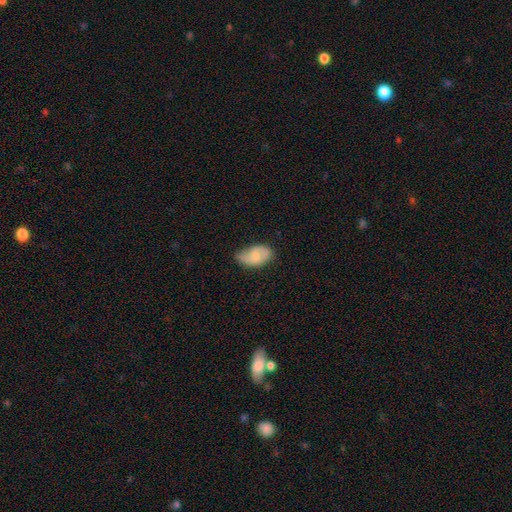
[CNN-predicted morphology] Q: Smooth or featured?
A: smooth (58%); runner-up: featured or disk (35%)
Q: How rounded?
A: in between (93%); runner-up: round (5%)
Q: Merging?
A: none (54%); runner-up: minor disturbance (36%)